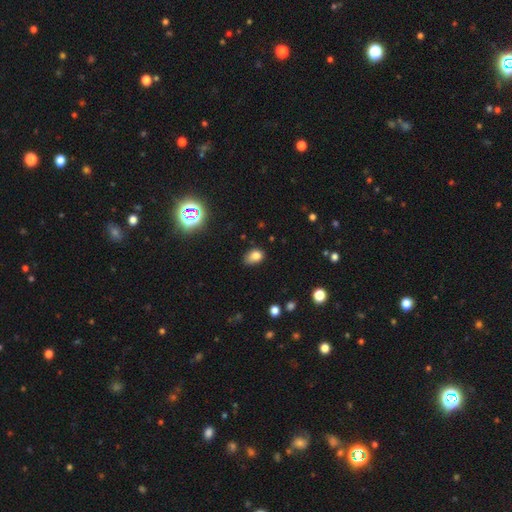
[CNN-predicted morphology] smooth_or_featured: smooth (p=0.78) [alt: star or artifact p=0.14]
how_rounded: in between (p=0.75) [alt: round p=0.24]
merging: none (p=0.54) [alt: minor disturbance p=0.34]